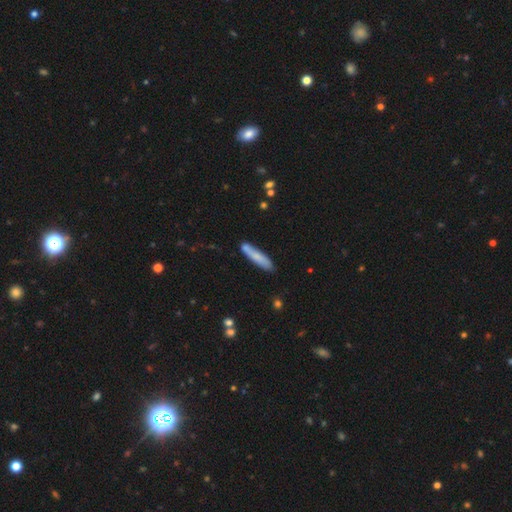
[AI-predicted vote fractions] This is likely a smooth galaxy (71%). How rounded: clearly cigar-shaped (88%). Merging: likely none (76%).